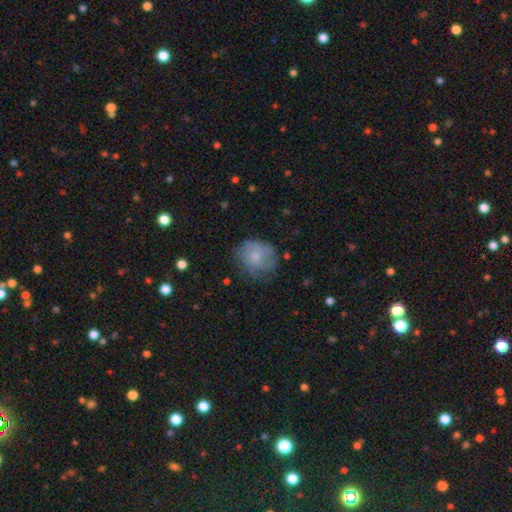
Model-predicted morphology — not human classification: The model was most divided on "merging": none: 52%, minor disturbance: 29%, major disturbance: 17%, merger: 2%. More confident: how rounded — round (69%); smooth or featured — smooth (64%).